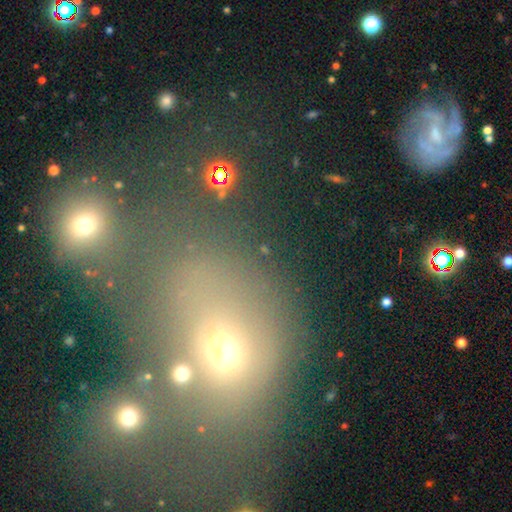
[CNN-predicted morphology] smooth 53%, star or artifact 30%, featured or disk 17%. Down the decision tree: how rounded — round (50%); merging — none (41%).